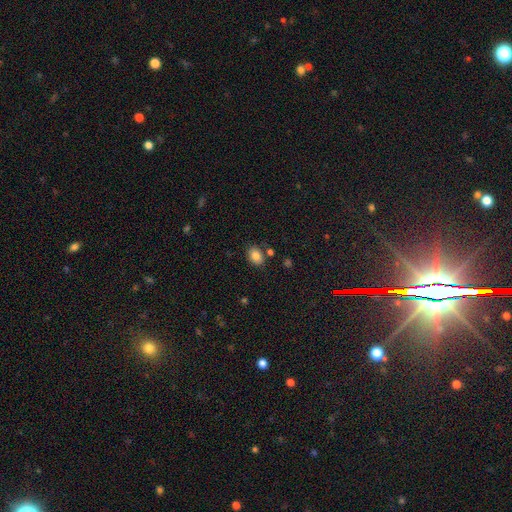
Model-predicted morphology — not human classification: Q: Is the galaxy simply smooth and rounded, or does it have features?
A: smooth — 84%.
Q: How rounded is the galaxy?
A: in between — 71%.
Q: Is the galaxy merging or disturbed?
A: none — 78%.